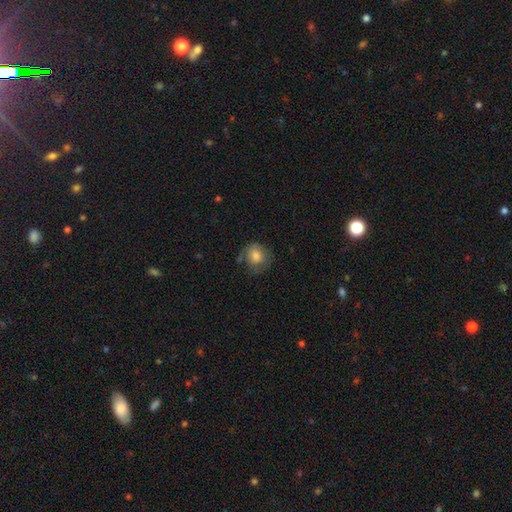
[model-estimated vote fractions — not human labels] smooth 74%, featured or disk 18%, star or artifact 8%. Down the decision tree: how rounded — round (76%); merging — none (59%).